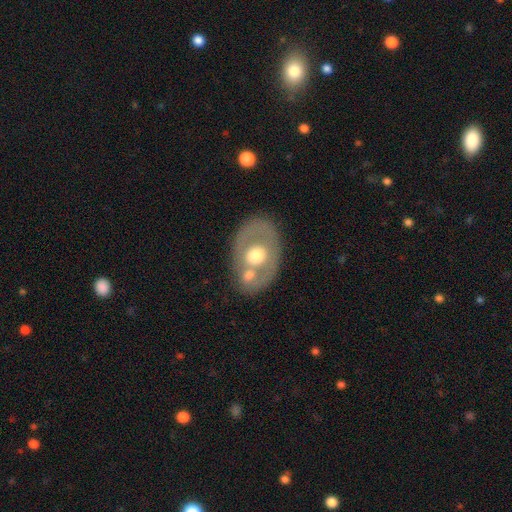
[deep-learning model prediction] A featured or disk galaxy (51%). Merging: none (57%).